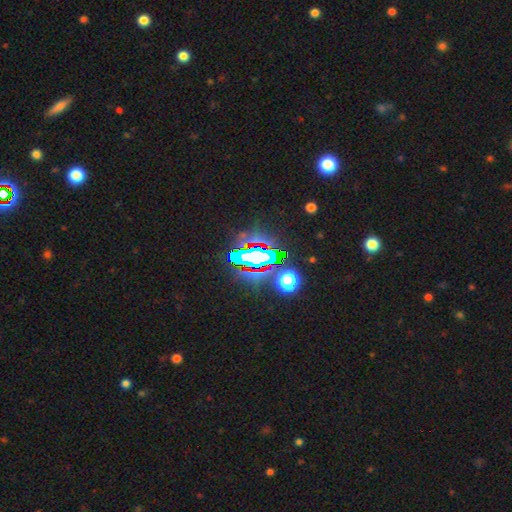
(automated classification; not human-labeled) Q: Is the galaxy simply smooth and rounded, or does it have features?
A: star or artifact — 67%.